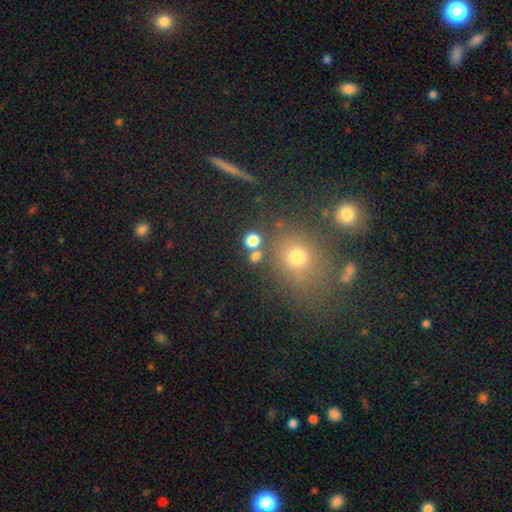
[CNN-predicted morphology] Smooth or featured: smooth — 74% (star or artifact — 19%)
How rounded: round — 84% (in between — 15%)
Merging: none — 76% (merger — 13%)